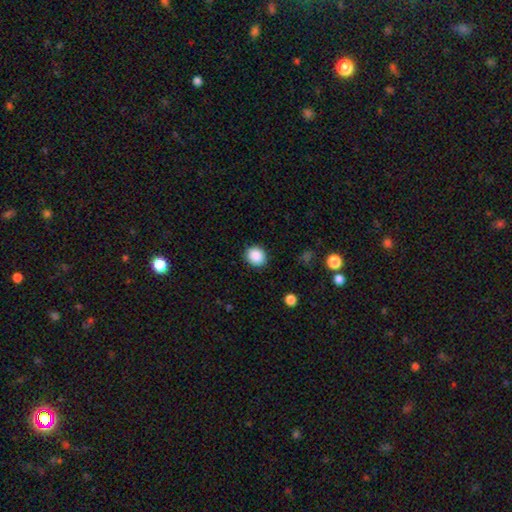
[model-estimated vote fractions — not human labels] Smooth or featured?
  - smooth: 88% *
  - star or artifact: 9%
  - featured or disk: 3%
How rounded?
  - round: 76% *
  - in between: 23%
  - cigar-shaped: 1%
Merging?
  - none: 89% *
  - minor disturbance: 8%
  - major disturbance: 2%
  - merger: 1%